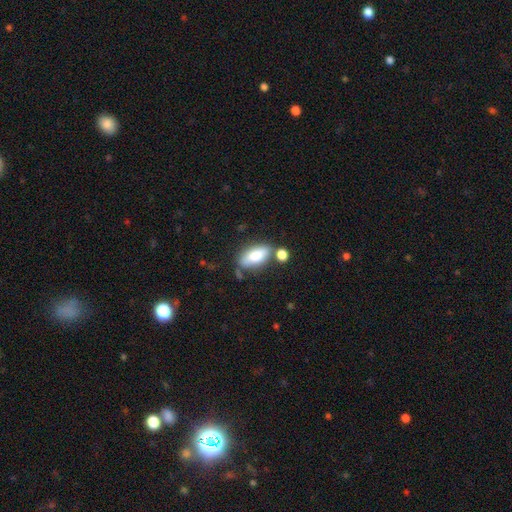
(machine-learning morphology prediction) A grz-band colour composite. It shows a smooth galaxy with no disk features (79%) that is in between round and cigar-shaped (86%). Merging: none (61%).